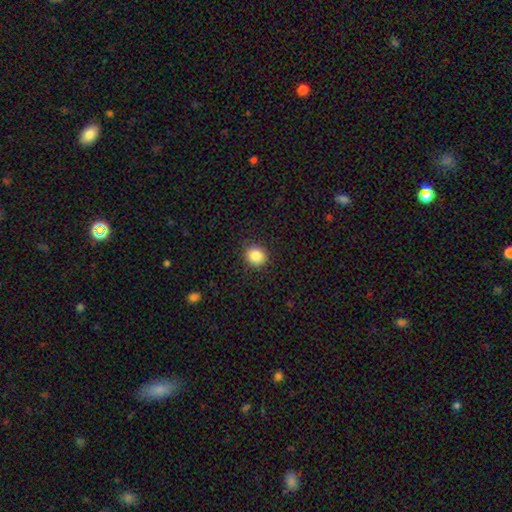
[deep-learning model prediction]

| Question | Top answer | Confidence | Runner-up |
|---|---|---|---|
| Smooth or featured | smooth | 86% | star or artifact (10%) |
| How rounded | round | 85% | in between (14%) |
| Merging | none | 90% | minor disturbance (6%) |